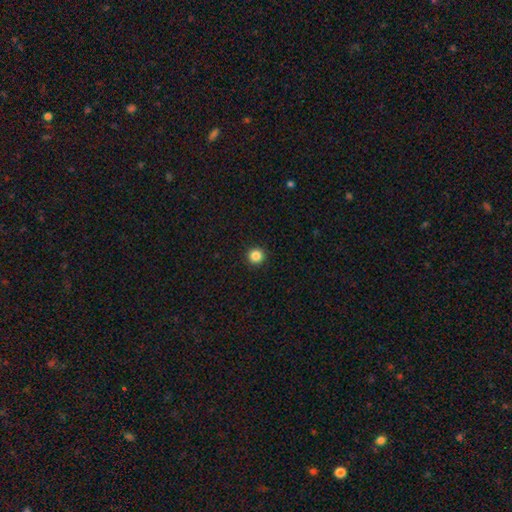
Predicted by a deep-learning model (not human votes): Smooth or featured? Predicted: smooth (p=0.86). How rounded? Predicted: round (p=0.96). Merging? Predicted: none (p=0.93).